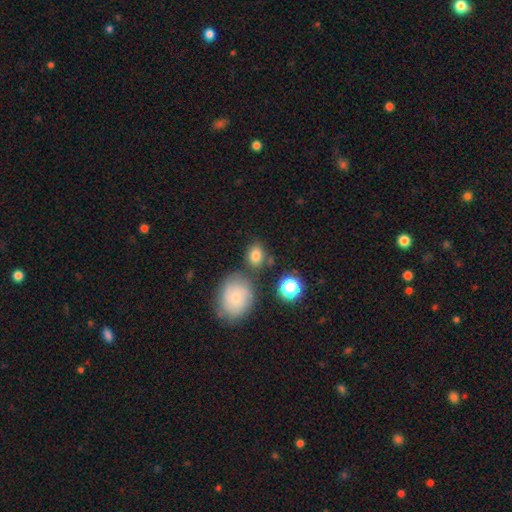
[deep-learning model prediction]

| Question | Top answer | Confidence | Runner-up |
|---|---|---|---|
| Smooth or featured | smooth | 76% | star or artifact (12%) |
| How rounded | in between | 59% | round (40%) |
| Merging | none | 69% | minor disturbance (15%) |